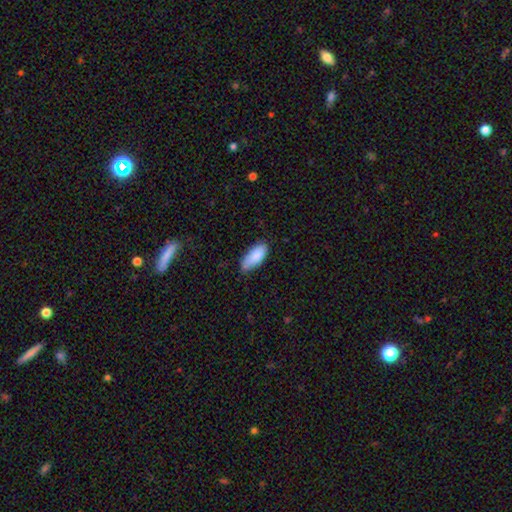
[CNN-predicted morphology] A smooth galaxy with no disk features (88%) that is in between round and cigar-shaped (84%).

Vote fractions:
- Smooth or featured? smooth: 88% / star or artifact: 6% / featured or disk: 6%
- How rounded? in between: 84% / cigar-shaped: 15% / round: 2%
- Merging? none: 67% / minor disturbance: 28% / major disturbance: 4% / merger: 2%